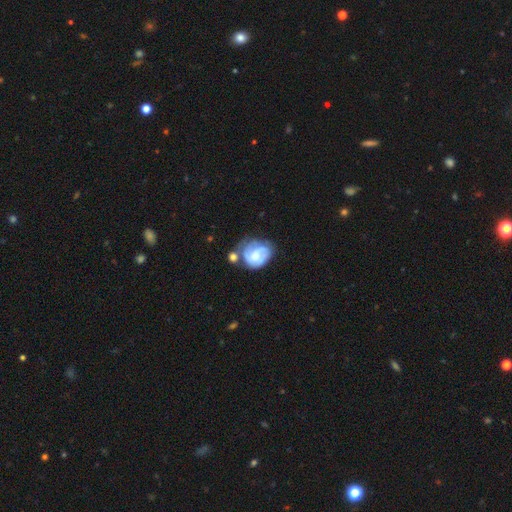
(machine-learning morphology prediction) A featured or disk galaxy (67%) with no bar (57%), 2 (42%) tight (49%) spiral arms (84%) and a moderate central bulge (54%). Merging: none (38%).